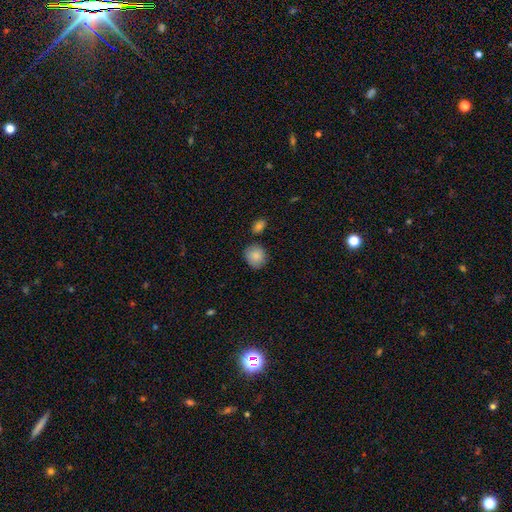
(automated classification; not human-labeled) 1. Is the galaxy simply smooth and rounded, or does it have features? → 86% smooth, 7% star or artifact, 6% featured or disk.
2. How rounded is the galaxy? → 78% round, 21% in between, 1% cigar-shaped.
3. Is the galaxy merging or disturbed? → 79% none, 13% minor disturbance, 5% merger, 3% major disturbance.